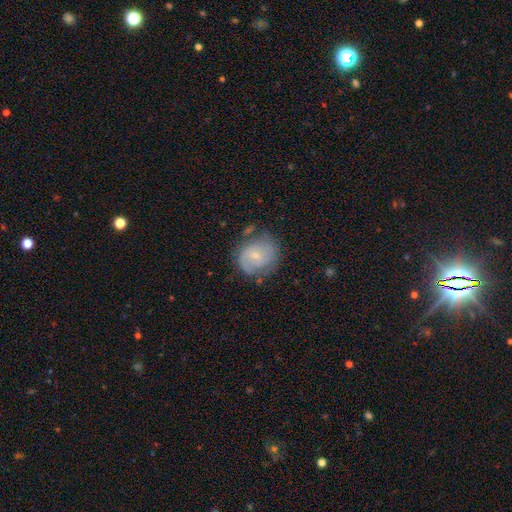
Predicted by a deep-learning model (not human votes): This is possibly a featured or disk galaxy (49%). Merging: possibly none (59%).